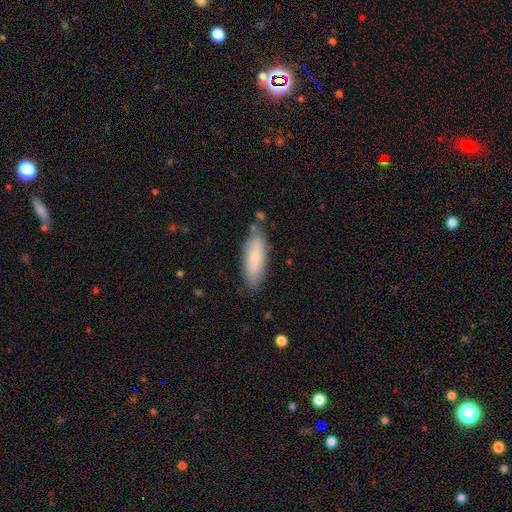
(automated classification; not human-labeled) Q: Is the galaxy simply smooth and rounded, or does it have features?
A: smooth — 81%.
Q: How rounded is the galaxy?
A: in between — 56%.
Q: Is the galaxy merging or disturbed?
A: none — 78%.